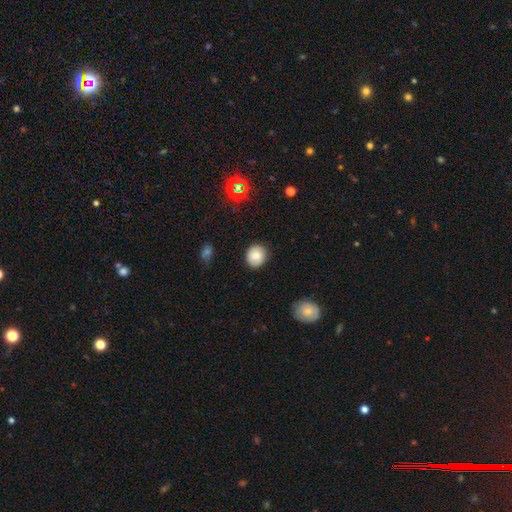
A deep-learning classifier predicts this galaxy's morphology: Smooth or featured: smooth — 80% (featured or disk — 10%)
How rounded: round — 75% (in between — 24%)
Merging: none — 85% (minor disturbance — 11%)